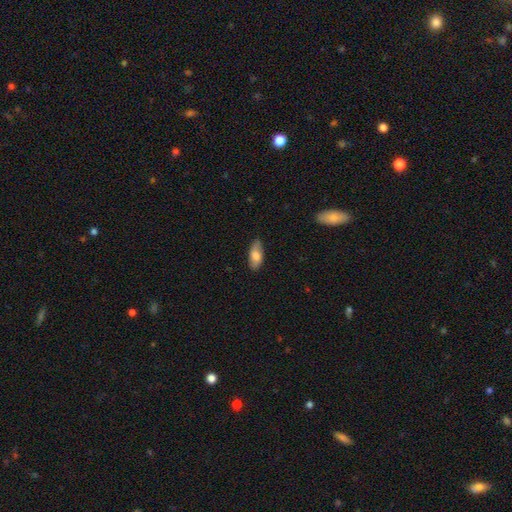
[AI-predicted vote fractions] A smooth galaxy with no disk features (75%) that is in between round and cigar-shaped (86%). Merging: none (81%).